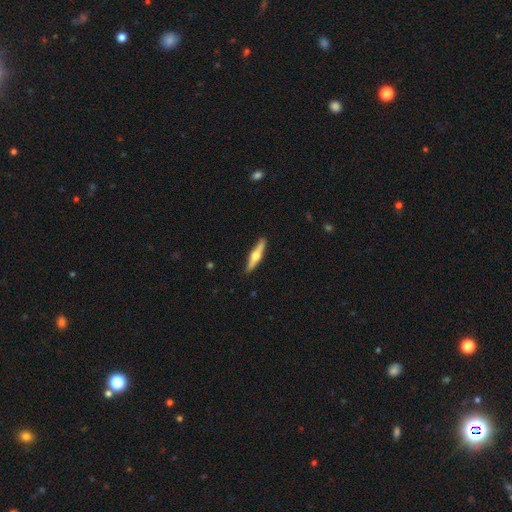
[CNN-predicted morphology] This is likely a featured or disk galaxy (62%). It is clearly viewed edge-on (96%). Edge-on bulge: clearly rounded (94%). Merging: clearly none (90%).